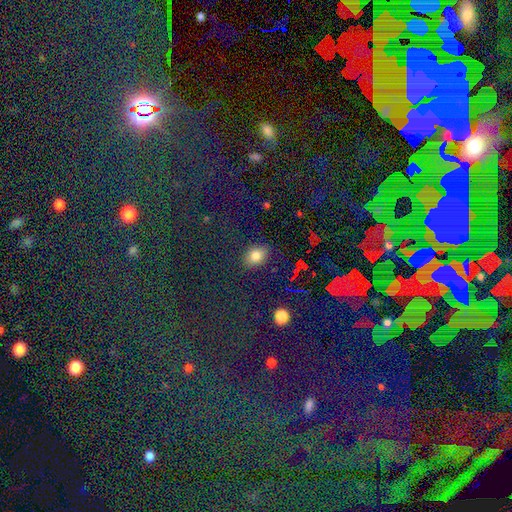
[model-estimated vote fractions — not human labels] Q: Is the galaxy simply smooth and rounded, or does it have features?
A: smooth — 80%.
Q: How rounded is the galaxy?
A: in between — 74%.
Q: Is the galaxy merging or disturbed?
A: none — 85%.